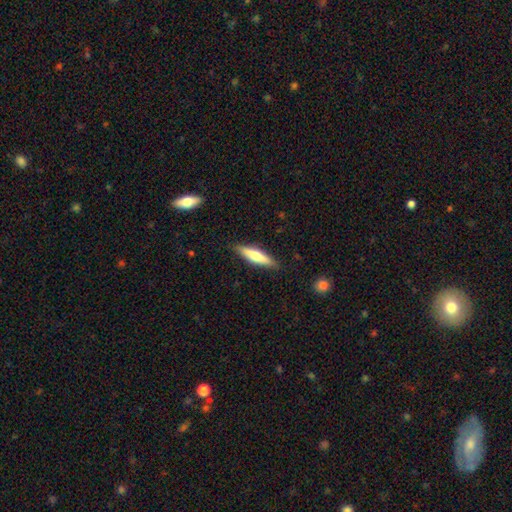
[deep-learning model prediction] smooth_or_featured: smooth (p=0.60) [alt: featured or disk p=0.35]
how_rounded: cigar-shaped (p=0.77) [alt: in between p=0.21]
merging: none (p=0.88) [alt: minor disturbance p=0.09]